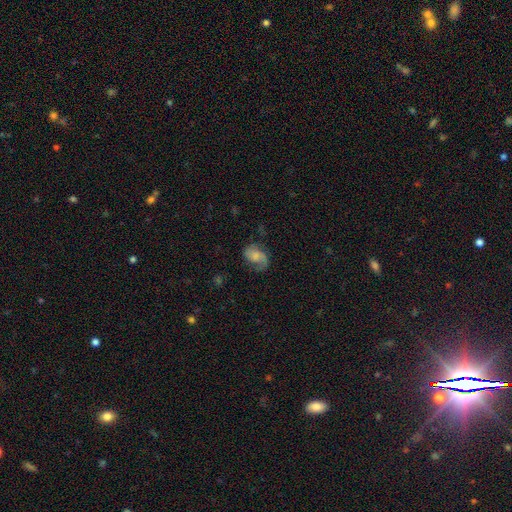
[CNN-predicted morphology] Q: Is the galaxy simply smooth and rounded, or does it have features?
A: featured or disk — 51%.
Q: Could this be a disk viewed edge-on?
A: no — 97%.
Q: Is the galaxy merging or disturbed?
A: none — 53%.